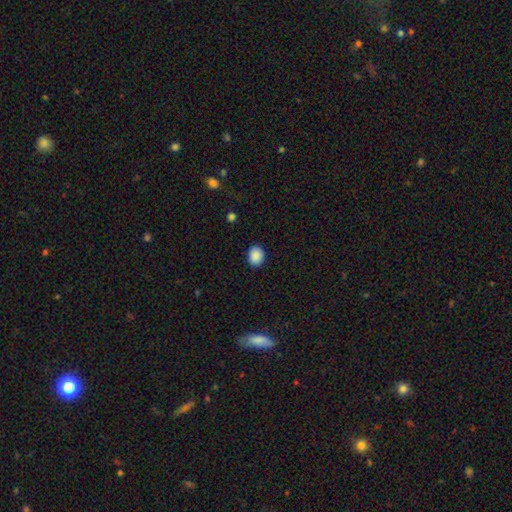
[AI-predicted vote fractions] Overall: smooth (89%). How rounded: round (57%; in between 42%). Merging: none (89%).